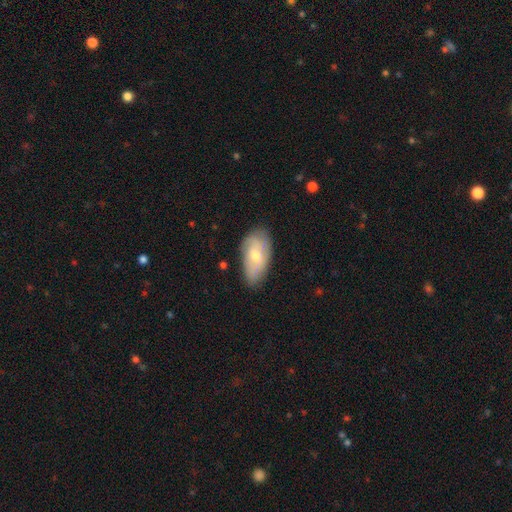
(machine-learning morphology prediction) smooth_or_featured: smooth (p=0.58) [alt: featured or disk p=0.36]
how_rounded: in between (p=0.92) [alt: cigar-shaped p=0.05]
merging: none (p=0.69) [alt: minor disturbance p=0.24]